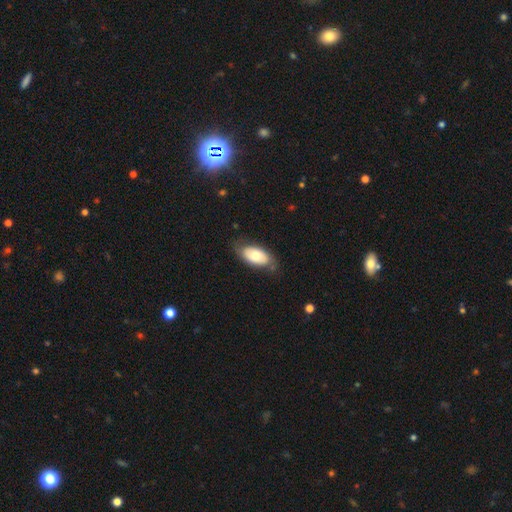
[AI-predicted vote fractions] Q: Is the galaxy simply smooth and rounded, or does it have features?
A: smooth — 65%.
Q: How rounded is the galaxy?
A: in between — 93%.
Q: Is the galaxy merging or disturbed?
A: none — 73%.